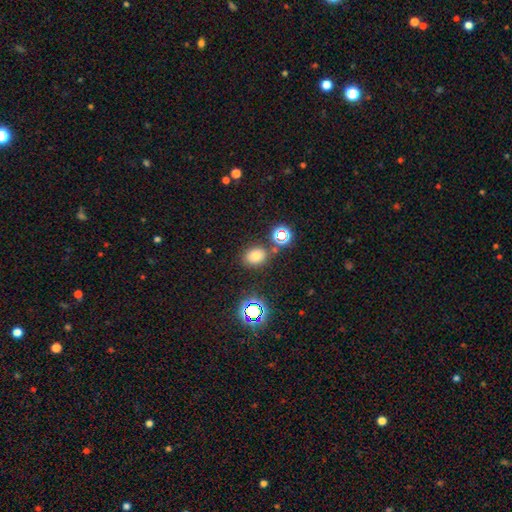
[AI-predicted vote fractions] A smooth galaxy with no disk features (68%) that is in between round and cigar-shaped (58%). Merging: none (80%).